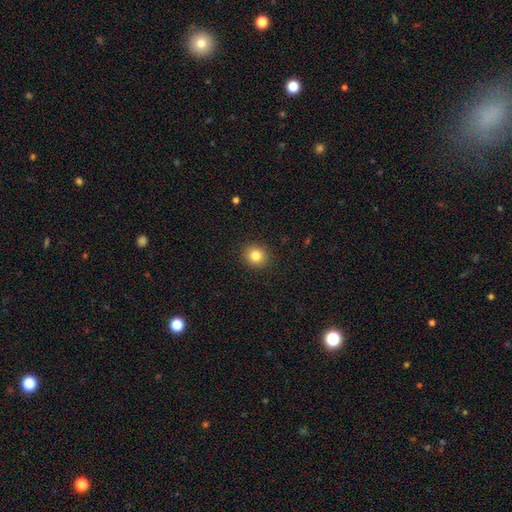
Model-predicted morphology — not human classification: Smooth or featured? smooth (82%)
How rounded? round (86%)
Merging? none (91%)